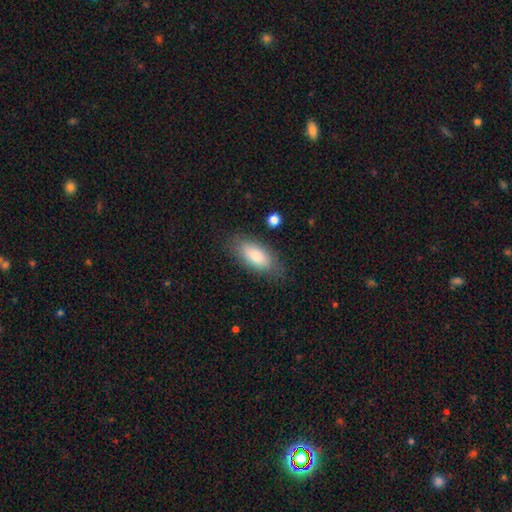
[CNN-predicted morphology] type=smooth (80%); roundness=in between (86%); merging=none (78%).